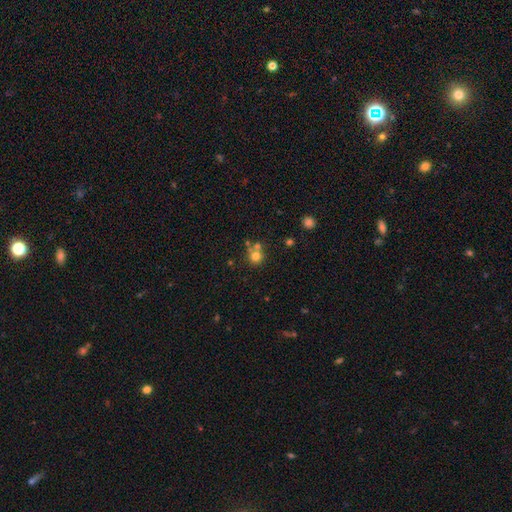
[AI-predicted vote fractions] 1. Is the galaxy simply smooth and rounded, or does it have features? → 74% smooth, 15% star or artifact, 11% featured or disk.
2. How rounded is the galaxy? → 89% round, 10% in between, 1% cigar-shaped.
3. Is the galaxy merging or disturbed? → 57% none, 31% merger, 8% minor disturbance, 4% major disturbance.